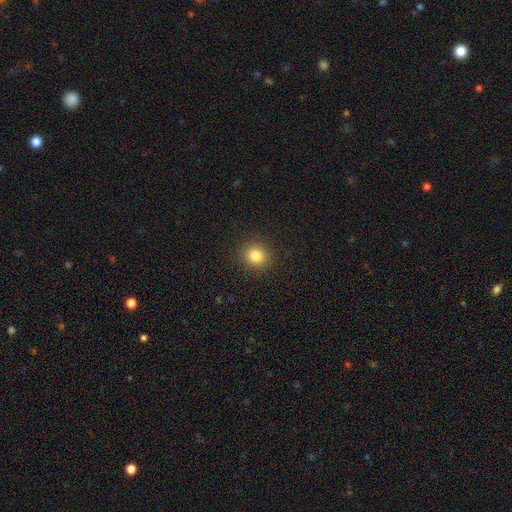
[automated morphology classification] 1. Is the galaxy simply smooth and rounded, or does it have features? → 83% smooth, 11% star or artifact, 5% featured or disk.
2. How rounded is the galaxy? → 87% round, 12% in between, 1% cigar-shaped.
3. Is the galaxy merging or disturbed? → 91% none, 6% minor disturbance, 2% major disturbance, 1% merger.